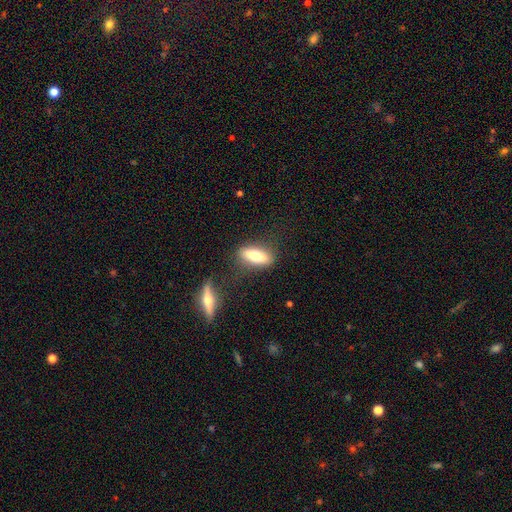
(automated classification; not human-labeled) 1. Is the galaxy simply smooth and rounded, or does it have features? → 65% smooth, 28% featured or disk, 7% star or artifact.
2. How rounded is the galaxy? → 66% in between, 30% cigar-shaped, 3% round.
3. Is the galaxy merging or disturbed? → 76% none, 13% minor disturbance, 7% merger, 5% major disturbance.